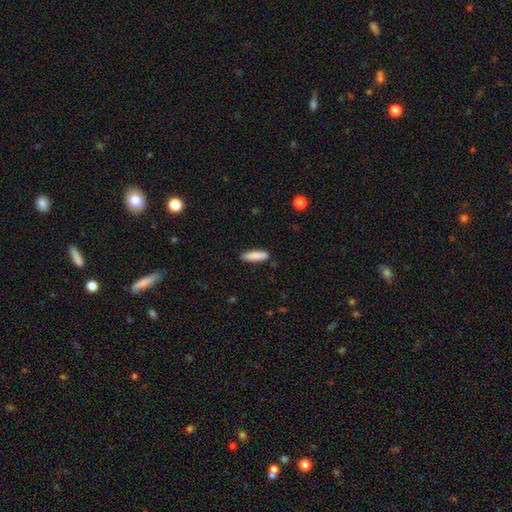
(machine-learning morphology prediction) The model was most divided on "how rounded": cigar-shaped: 68%, in between: 31%, round: 2%. More confident: merging — none (86%); smooth or featured — smooth (86%).